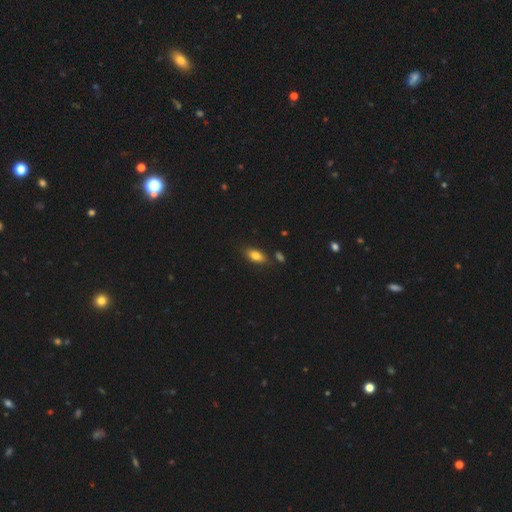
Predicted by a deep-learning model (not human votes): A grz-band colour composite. It shows a smooth galaxy with no disk features (79%) that is in between round and cigar-shaped (86%). Merging: none (78%).